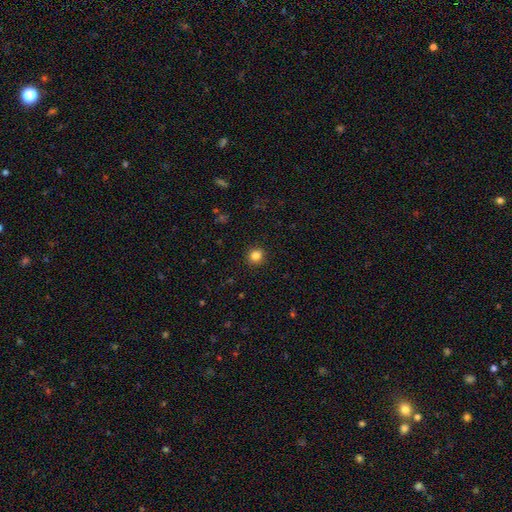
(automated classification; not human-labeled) Overall: smooth (84%). How rounded: round (87%). Merging: none (92%).